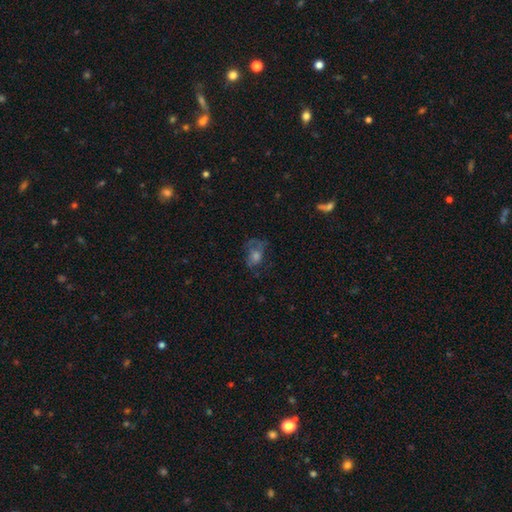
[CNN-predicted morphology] smooth-or-featured: featured or disk: 39% (tied) | smooth: 39% (tied) | star or artifact: 22%
  merging: none: 45% | major disturbance: 31% | minor disturbance: 22% | merger: 3%